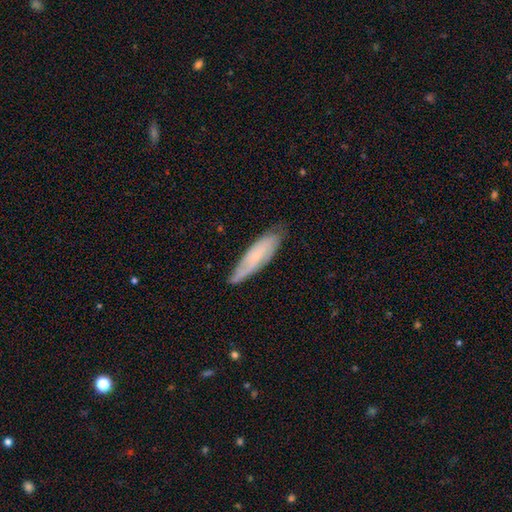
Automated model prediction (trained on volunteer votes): Smooth or featured? featured or disk (47%)
Merging? none (74%)